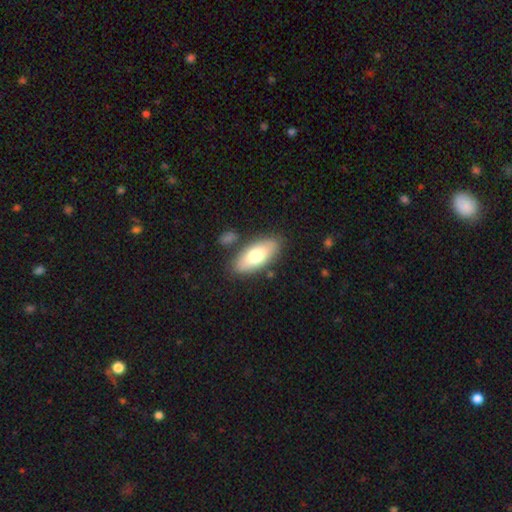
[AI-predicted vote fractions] Smooth or featured?
  - smooth: 71% *
  - featured or disk: 23%
  - star or artifact: 6%
How rounded?
  - in between: 85% *
  - cigar-shaped: 12%
  - round: 2%
Merging?
  - none: 81% *
  - minor disturbance: 11%
  - merger: 5%
  - major disturbance: 3%